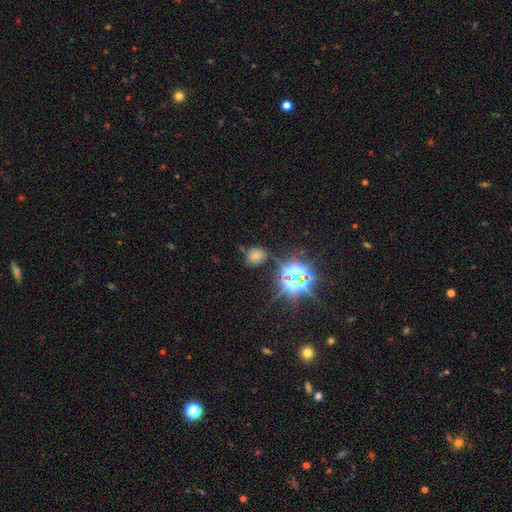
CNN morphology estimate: This is possibly a smooth galaxy (56%). How rounded: possibly round (60%). Merging: likely none (70%).